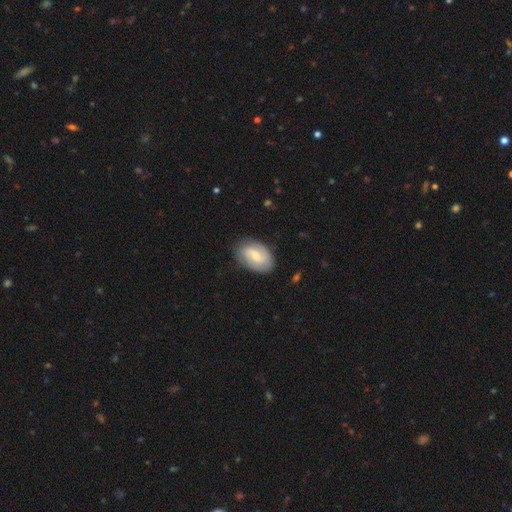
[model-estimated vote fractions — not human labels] Morphology: type=featured or disk (55%); edge-on=no (96%); bar=weak (47%); spiral arms=yes (88%); bulge=small (57%); merging=none (82%).